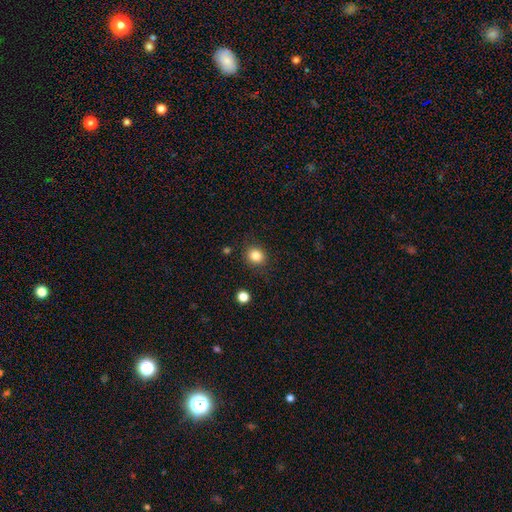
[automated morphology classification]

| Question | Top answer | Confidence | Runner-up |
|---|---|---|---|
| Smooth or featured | smooth | 84% | star or artifact (11%) |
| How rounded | round | 76% | in between (23%) |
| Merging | none | 86% | minor disturbance (9%) |